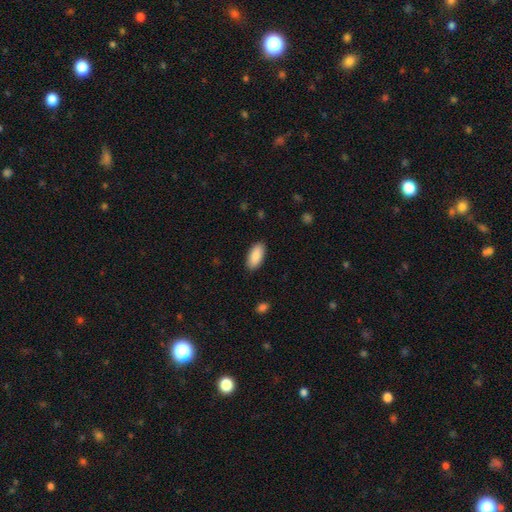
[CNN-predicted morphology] type=smooth (89%); roundness=in between (93%); merging=none (88%).